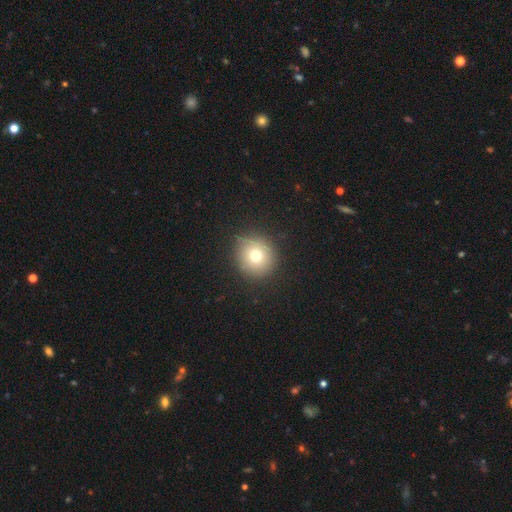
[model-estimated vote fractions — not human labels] smooth-or-featured: smooth: 73% | star or artifact: 14% | featured or disk: 13%
  how-rounded: round: 92% | in between: 7% | cigar-shaped: 1%
  merging: none: 89% | minor disturbance: 7% | major disturbance: 3% | merger: 1%